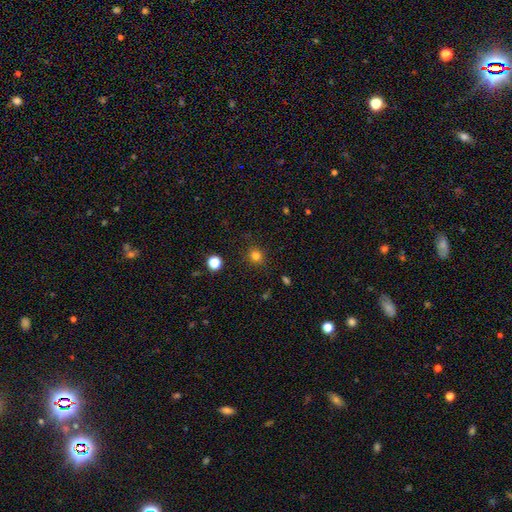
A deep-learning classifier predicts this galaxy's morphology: The model was most divided on "smooth or featured": smooth: 81%, star or artifact: 15%, featured or disk: 5%. More confident: merging — none (88%); how rounded — round (86%).